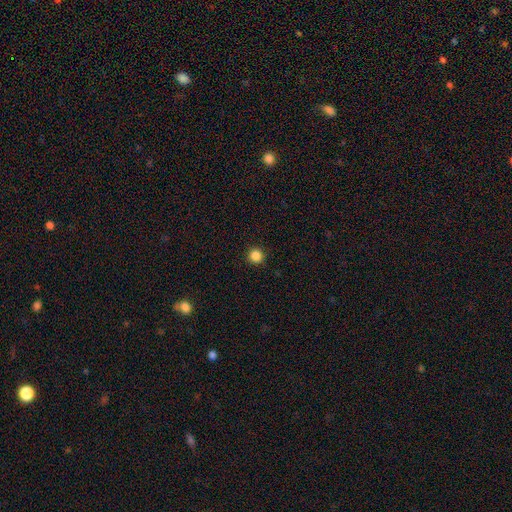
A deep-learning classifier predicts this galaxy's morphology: A smooth galaxy with no disk features (86%) that is round (95%). Merging: none (92%).